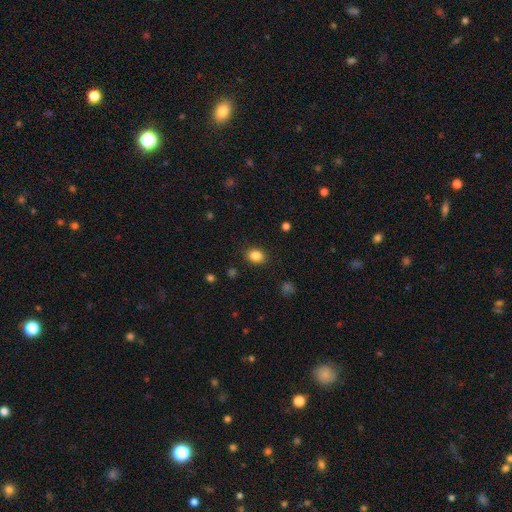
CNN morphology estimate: type=smooth (85%); roundness=round (50%); merging=none (87%).